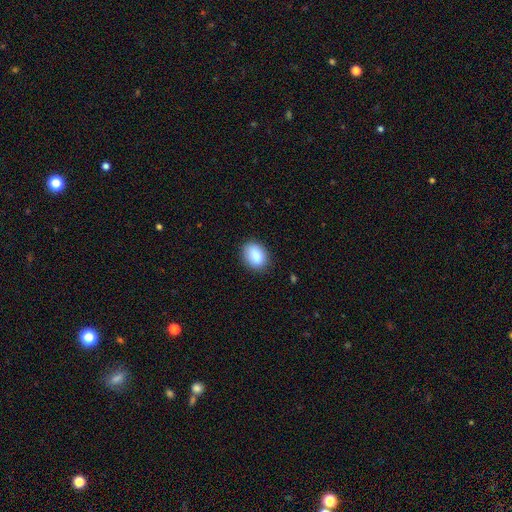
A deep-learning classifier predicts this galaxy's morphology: Overall: smooth (87%). How rounded: in between (74%). Merging: none (84%).